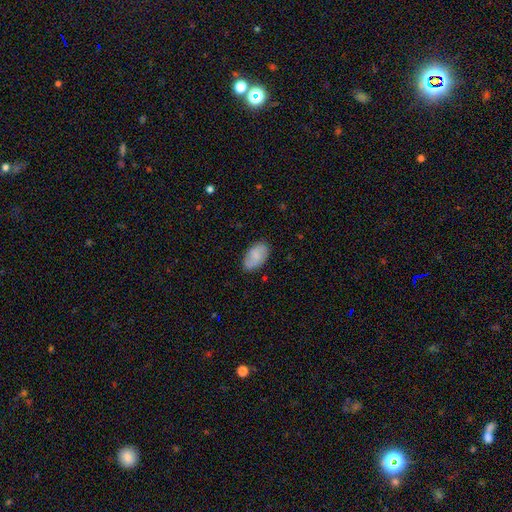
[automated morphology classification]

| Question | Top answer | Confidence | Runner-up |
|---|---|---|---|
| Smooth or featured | smooth | 73% | featured or disk (20%) |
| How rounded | in between | 94% | round (5%) |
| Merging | none | 79% | minor disturbance (17%) |